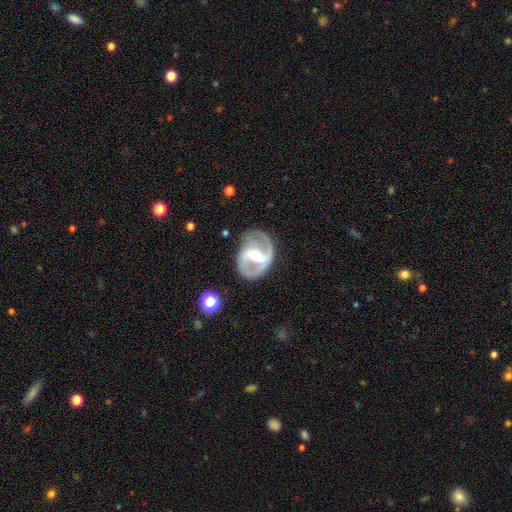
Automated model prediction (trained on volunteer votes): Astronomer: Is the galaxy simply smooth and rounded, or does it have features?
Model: featured or disk — 86%.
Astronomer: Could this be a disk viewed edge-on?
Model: no — 97%.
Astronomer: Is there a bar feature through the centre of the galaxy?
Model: strong — 47% (runner-up: weak, 37%).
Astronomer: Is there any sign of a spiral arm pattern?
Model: yes — 92%.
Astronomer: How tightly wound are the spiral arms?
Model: medium — 50% (runner-up: loose, 29%).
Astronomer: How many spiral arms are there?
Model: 2 — 88%.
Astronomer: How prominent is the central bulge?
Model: moderate — 54% (runner-up: small, 41%).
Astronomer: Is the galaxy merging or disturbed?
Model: none — 75%.